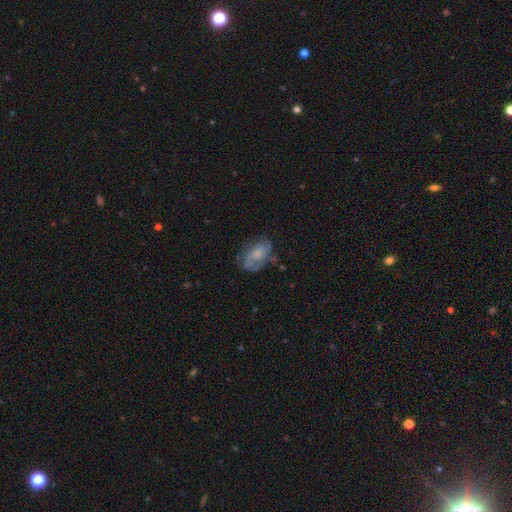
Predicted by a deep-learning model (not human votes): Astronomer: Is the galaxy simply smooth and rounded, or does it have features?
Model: featured or disk — 58% (runner-up: smooth, 34%).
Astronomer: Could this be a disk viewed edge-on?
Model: no — 96%.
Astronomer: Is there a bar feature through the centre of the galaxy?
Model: no — 71%.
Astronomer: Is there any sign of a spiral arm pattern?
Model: yes — 74%.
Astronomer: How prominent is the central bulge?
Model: small — 48% (runner-up: moderate, 36%).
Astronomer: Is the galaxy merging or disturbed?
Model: none — 55%.